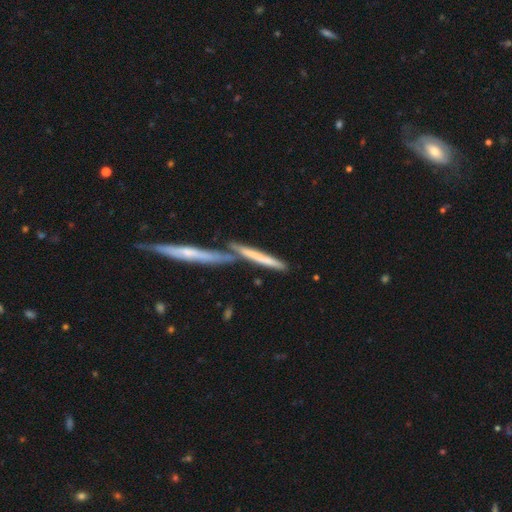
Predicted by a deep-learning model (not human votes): Overall: smooth (52%; featured or disk 40%). How rounded: cigar-shaped (93%). Merging: none (57%; merger 28%).